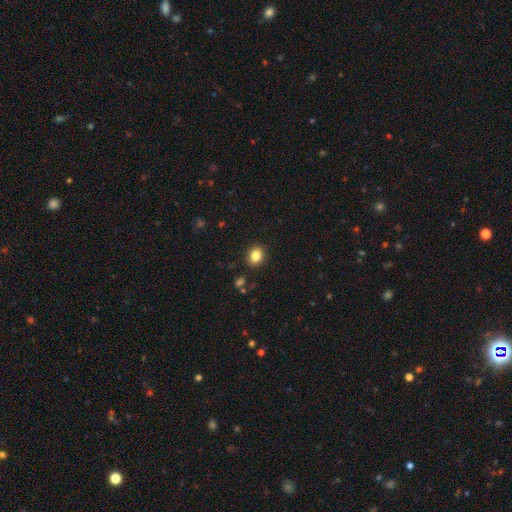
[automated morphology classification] A smooth galaxy with no disk features (84%) that is round (51%).

Vote fractions:
- Smooth or featured? smooth: 84% / star or artifact: 10% / featured or disk: 6%
- How rounded? round: 51% / in between: 48% / cigar-shaped: 1%
- Merging? none: 89% / minor disturbance: 7% / major disturbance: 2% / merger: 1%